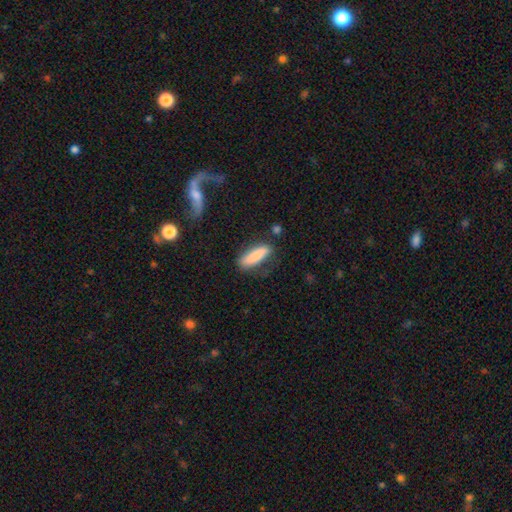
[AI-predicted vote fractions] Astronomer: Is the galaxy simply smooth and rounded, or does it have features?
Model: smooth — 80%.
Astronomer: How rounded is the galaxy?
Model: cigar-shaped — 58% (runner-up: in between, 40%).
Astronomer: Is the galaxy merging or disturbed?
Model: none — 70%.